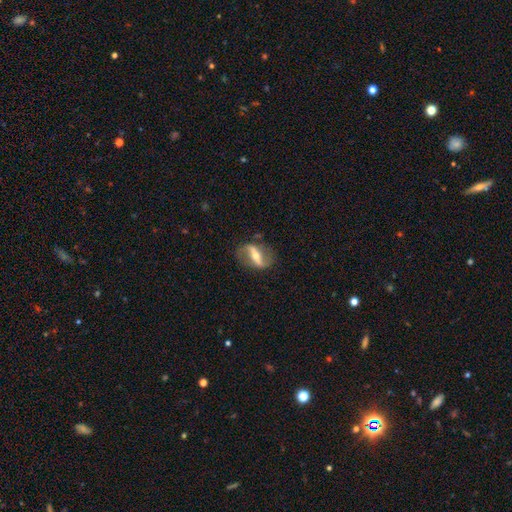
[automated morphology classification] smooth-or-featured: featured or disk: 82% | smooth: 12% | star or artifact: 6%
  disk-edge-on: no: 87% | yes: 13%
    bar: strong: 70% | weak: 20% | no: 10%
    has-spiral-arms: yes: 81% | no: 19%
      spiral-winding: loose: 69% | medium: 22% | tight: 8%
      spiral-arm-count: 2: 90% | can't tell: 4% | 1: 3% | 3: 1% | 4: 1% | more than 4: 1%
    bulge-size: moderate: 54% | small: 39% | large: 4% | none: 2% | dominant: 1%
  merging: none: 78% | minor disturbance: 14% | major disturbance: 6% | merger: 2%